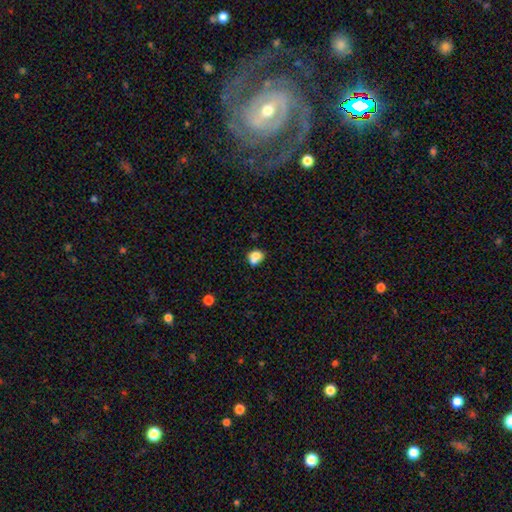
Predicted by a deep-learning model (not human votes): A smooth galaxy with no disk features (77%) that is round (57%). Merging: merger (40%).